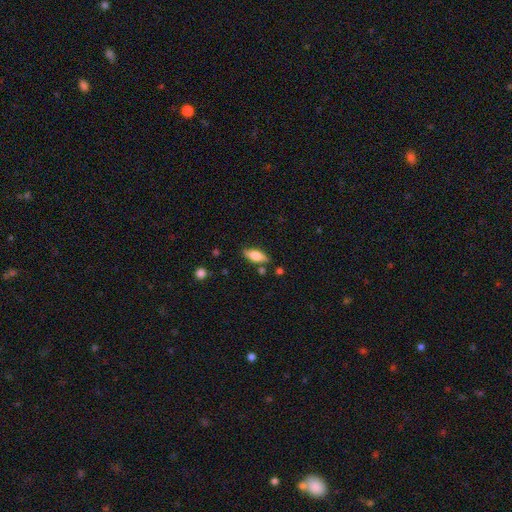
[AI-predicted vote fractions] Smooth or featured? Predicted: smooth (p=0.71). How rounded? Predicted: in between (p=0.75). Merging? Predicted: none (p=0.80).